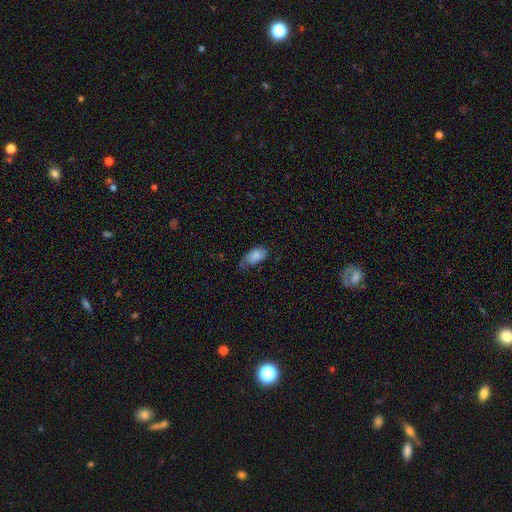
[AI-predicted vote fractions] smooth_or_featured: smooth (p=0.81) [alt: featured or disk p=0.11]
how_rounded: in between (p=0.92) [alt: cigar-shaped p=0.04]
merging: minor disturbance (p=0.43) [alt: none p=0.41]